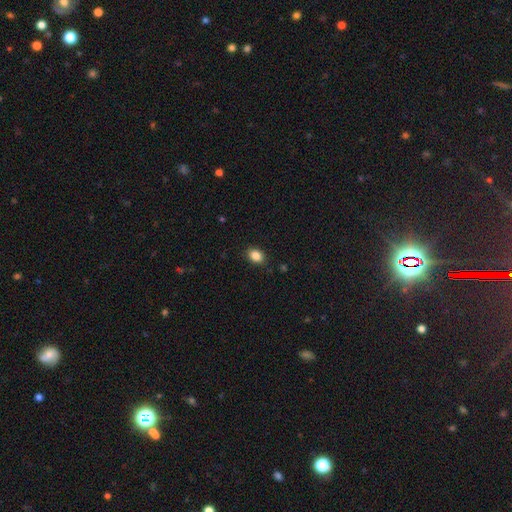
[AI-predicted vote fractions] Overall: smooth (87%). How rounded: in between (69%; round 30%). Merging: none (87%).